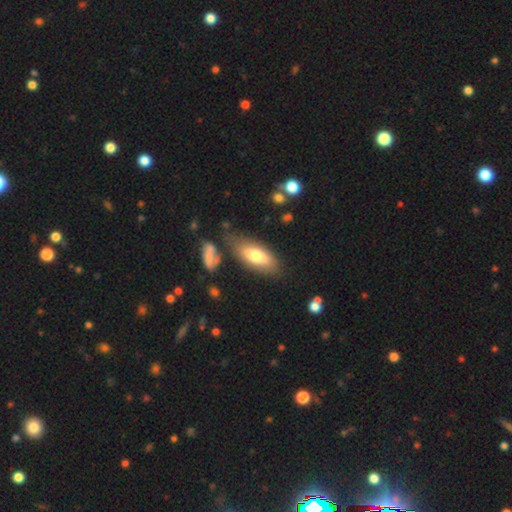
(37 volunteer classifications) This appears to be a smooth galaxy with no disk features (78%) that is in between round and cigar-shaped (86%). Merging: none (76%).